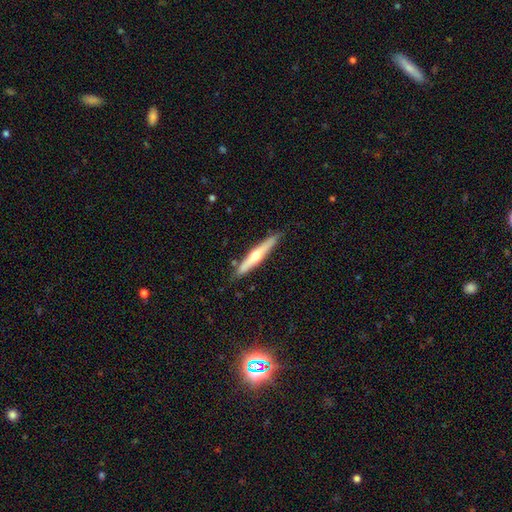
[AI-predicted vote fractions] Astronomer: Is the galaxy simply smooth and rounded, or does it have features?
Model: featured or disk — 59% (runner-up: smooth, 36%).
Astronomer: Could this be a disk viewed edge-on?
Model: yes — 95%.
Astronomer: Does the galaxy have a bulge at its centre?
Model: rounded — 87%.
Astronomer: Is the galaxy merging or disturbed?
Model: none — 85%.